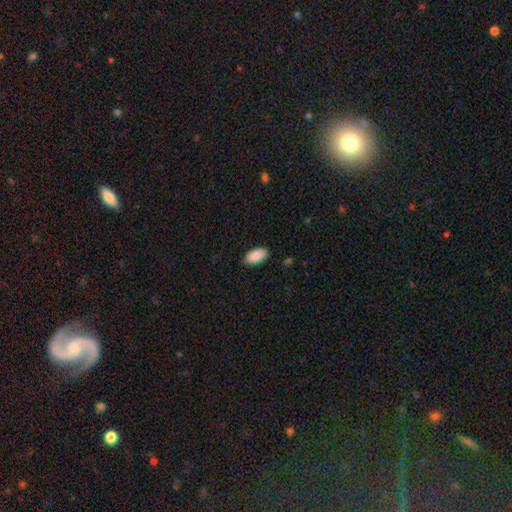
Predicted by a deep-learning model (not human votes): A smooth galaxy with no disk features (90%) that is in between round and cigar-shaped (95%).

Vote fractions:
- Smooth or featured? smooth: 90% / star or artifact: 6% / featured or disk: 3%
- How rounded? in between: 95% / cigar-shaped: 3% / round: 2%
- Merging? none: 84% / minor disturbance: 13% / major disturbance: 2% / merger: 1%